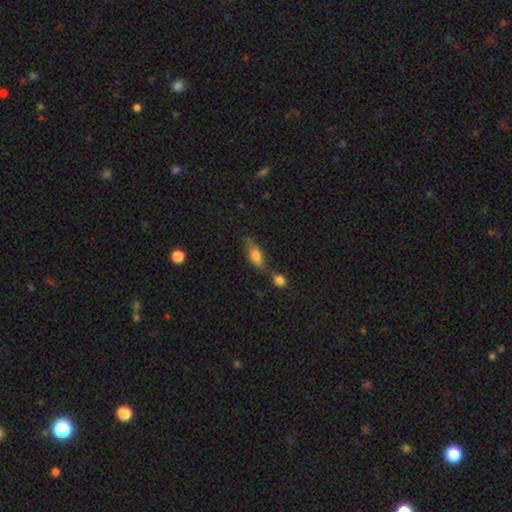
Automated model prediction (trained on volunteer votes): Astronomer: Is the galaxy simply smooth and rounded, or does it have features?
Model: smooth — 70%.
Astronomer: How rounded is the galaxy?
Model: in between — 75%.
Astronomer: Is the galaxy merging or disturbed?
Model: none — 47% (runner-up: merger, 30%).